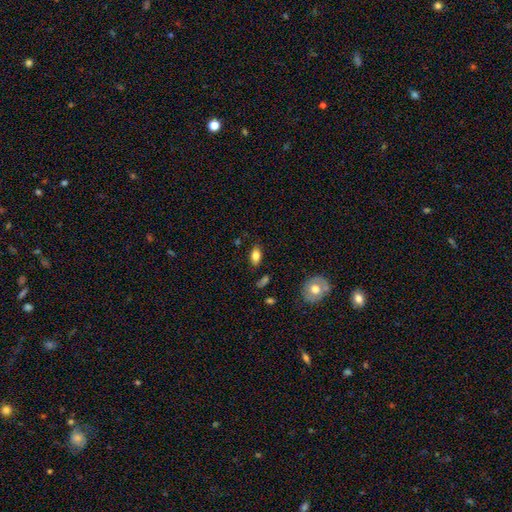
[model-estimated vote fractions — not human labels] Smooth or featured? Predicted: smooth (p=0.80). How rounded? Predicted: in between (p=0.89). Merging? Predicted: none (p=0.82).